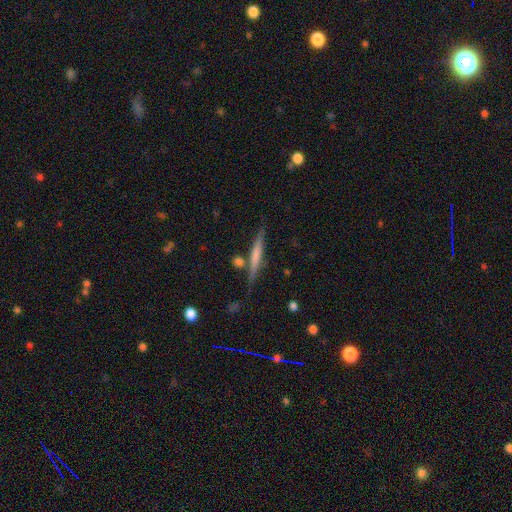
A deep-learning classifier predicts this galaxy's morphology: A smooth galaxy with no disk features (49%). Merging: none (77%).